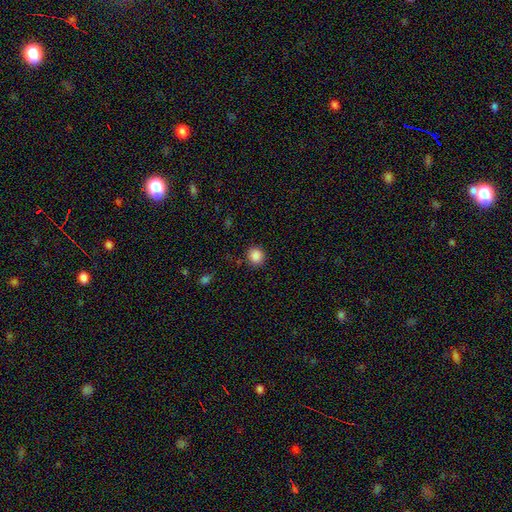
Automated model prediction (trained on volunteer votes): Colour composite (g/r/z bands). It shows a smooth galaxy with no disk features (87%) that is round (87%). Merging: none (88%).